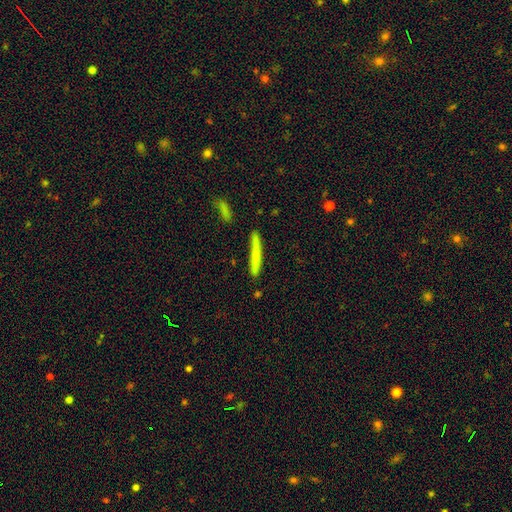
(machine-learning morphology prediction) smooth-or-featured: smooth: 71% | featured or disk: 22% | star or artifact: 7%
  how-rounded: cigar-shaped: 96% | in between: 3% | round: 1%
  merging: none: 84% | minor disturbance: 10% | merger: 3% | major disturbance: 2%